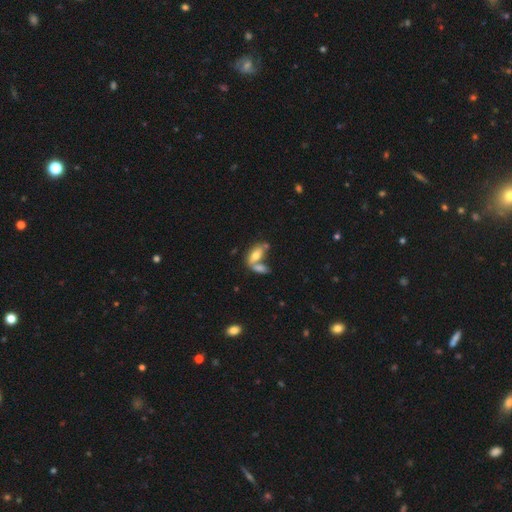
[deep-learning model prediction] This appears to be a smooth galaxy with no disk features (66%) that is in between round and cigar-shaped (86%). Merging: merger (49%).